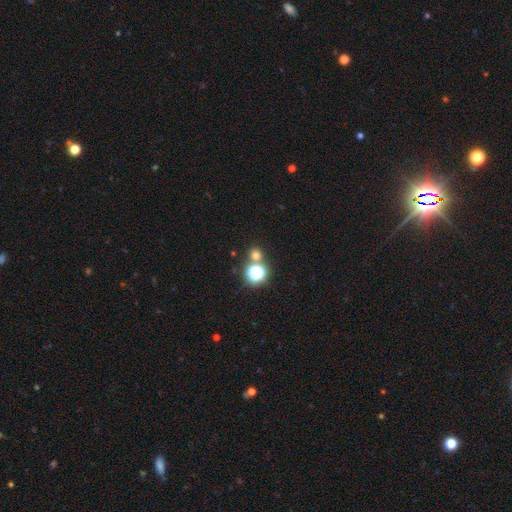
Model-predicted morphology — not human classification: This is likely a smooth galaxy (62%). How rounded: clearly round (88%). Merging: likely none (71%).